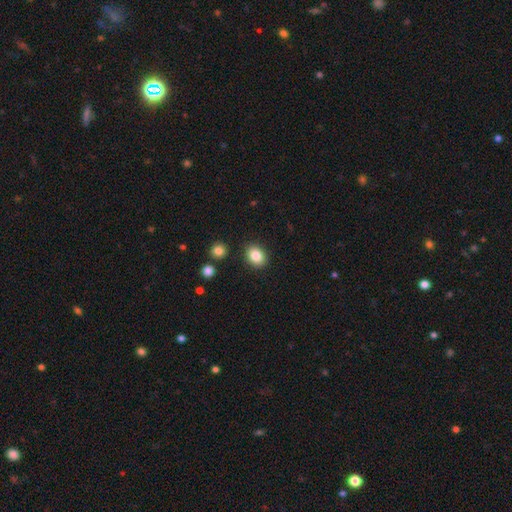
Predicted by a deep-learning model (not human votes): The model was most divided on "how rounded": in between: 55%, round: 44%, cigar-shaped: 1%. More confident: merging — none (88%); smooth or featured — smooth (86%).